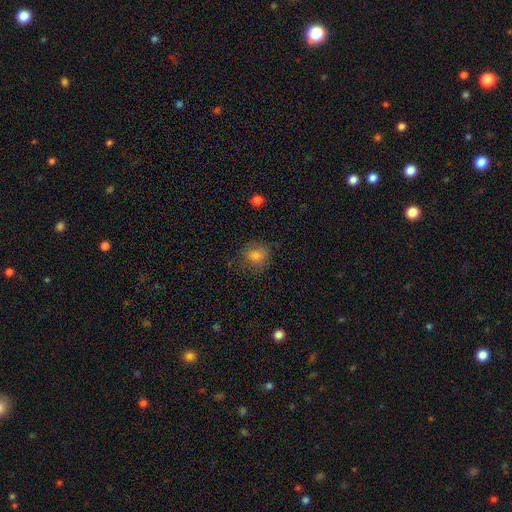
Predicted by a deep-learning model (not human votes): A smooth galaxy with no disk features (79%) that is round (81%). Merging: none (72%).